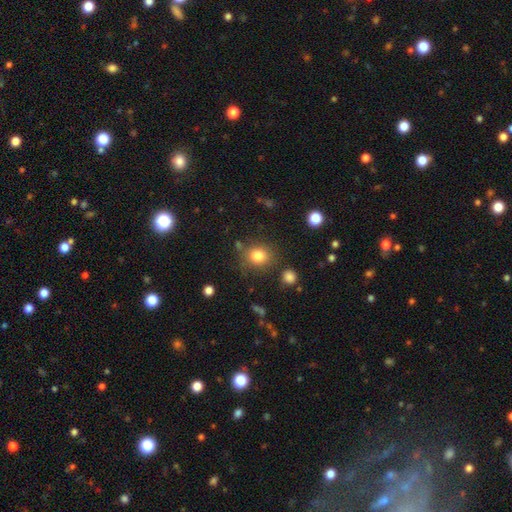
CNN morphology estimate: The model was most divided on "how rounded": round: 73%, in between: 26%, cigar-shaped: 1%. More confident: smooth or featured — smooth (81%); merging — none (78%).